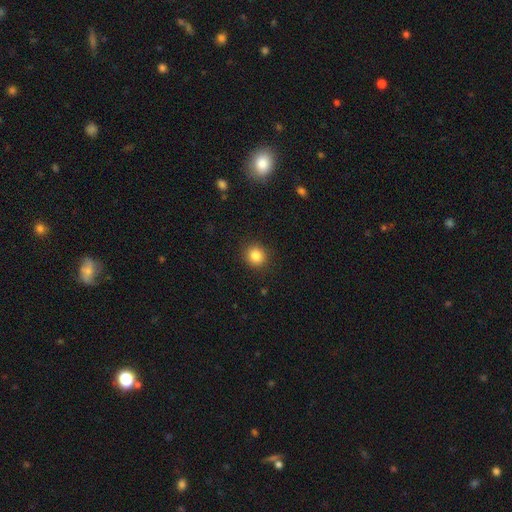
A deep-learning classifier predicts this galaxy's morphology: Smooth or featured? Predicted: smooth (p=0.85). How rounded? Predicted: round (p=0.87). Merging? Predicted: none (p=0.90).